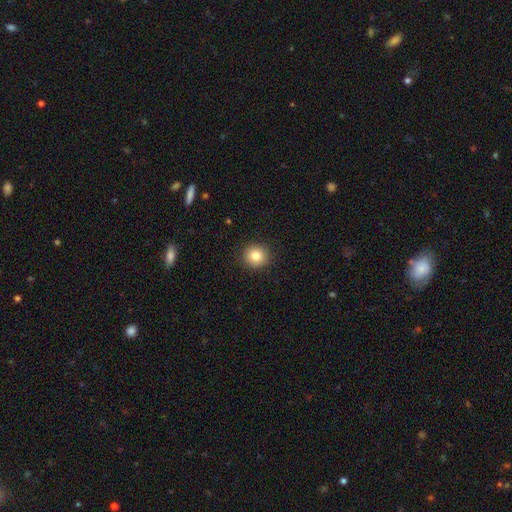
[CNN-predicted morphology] smooth_or_featured: smooth (p=0.83) [alt: star or artifact p=0.10]
how_rounded: round (p=0.90) [alt: in between p=0.09]
merging: none (p=0.91) [alt: minor disturbance p=0.06]